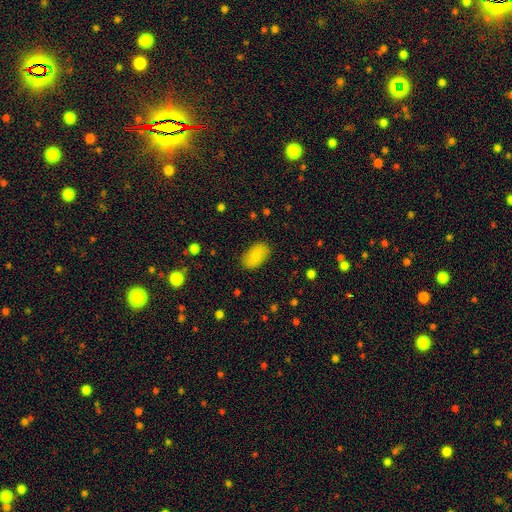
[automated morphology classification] Smooth or featured: smooth — 81% (featured or disk — 11%)
How rounded: in between — 93% (round — 6%)
Merging: none — 85% (minor disturbance — 11%)